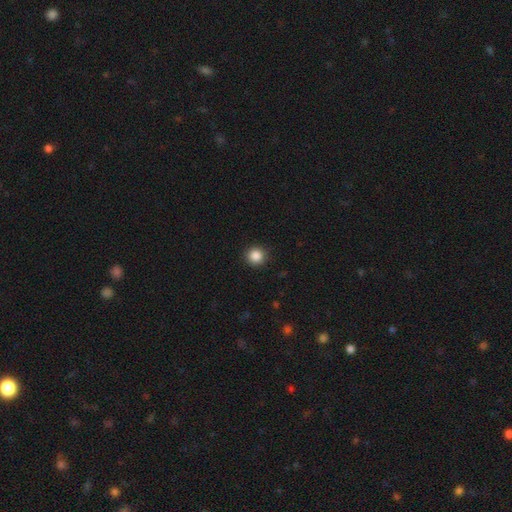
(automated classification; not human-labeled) A smooth galaxy with no disk features (87%) that is round (94%). Merging: none (92%).